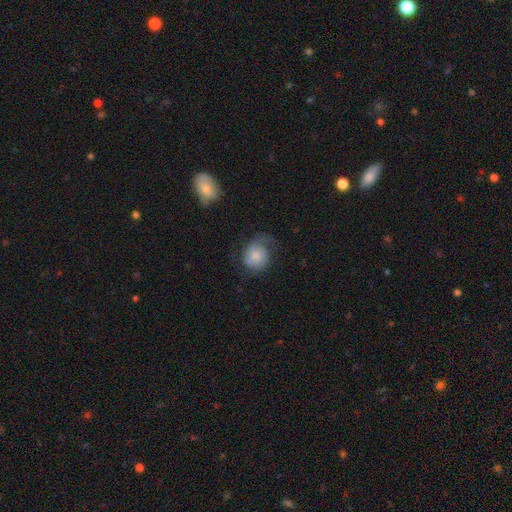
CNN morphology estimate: Smooth or featured? smooth (49%)
Merging? none (48%)